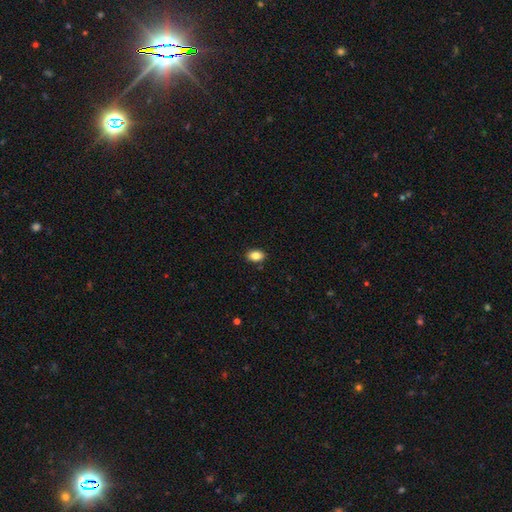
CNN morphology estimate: Smooth or featured: smooth — 85% (star or artifact — 9%)
How rounded: in between — 83% (round — 16%)
Merging: none — 88% (minor disturbance — 8%)